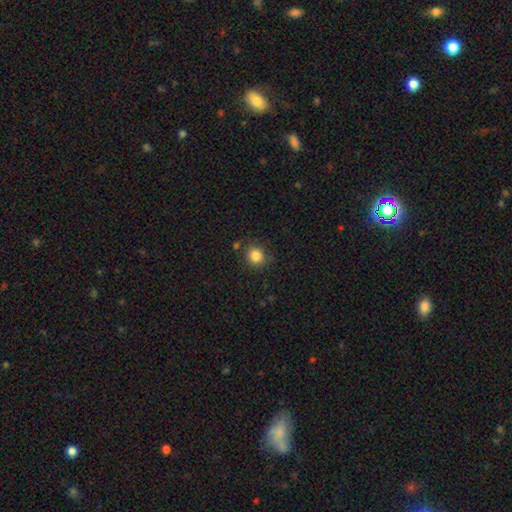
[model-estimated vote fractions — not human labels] This is clearly a smooth galaxy (85%). How rounded: clearly round (85%). Merging: clearly none (82%).